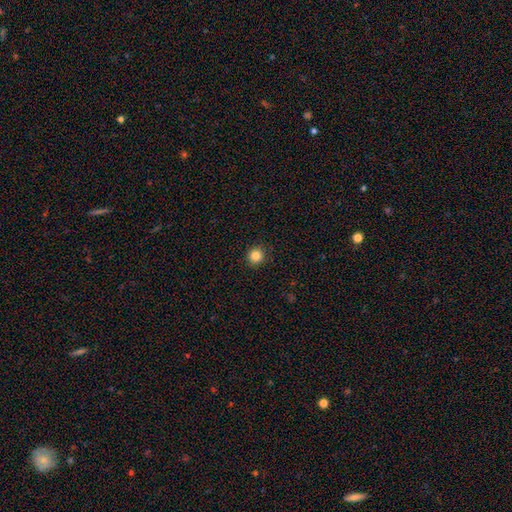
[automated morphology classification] Smooth or featured? Predicted: smooth (p=0.84). How rounded? Predicted: round (p=0.94). Merging? Predicted: none (p=0.92).